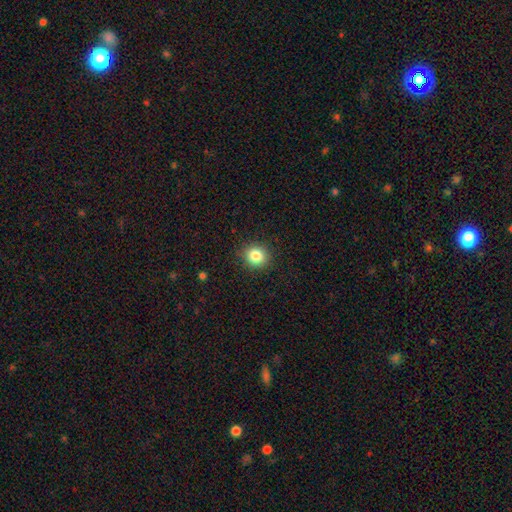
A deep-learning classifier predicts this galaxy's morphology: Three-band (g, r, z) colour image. It shows a smooth galaxy with no disk features (84%) that is round (87%). Merging: none (91%).